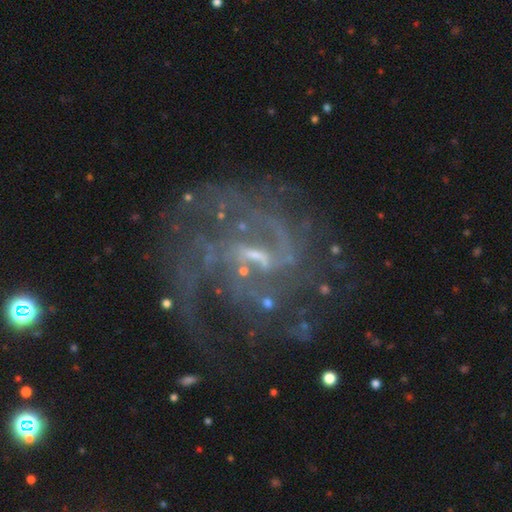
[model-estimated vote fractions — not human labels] This appears to be a featured or disk galaxy (88%) with a weak bar (53%), 2 (46%) medium (49%) spiral arms (94%) and a small central bulge (62%). Merging: none (52%).